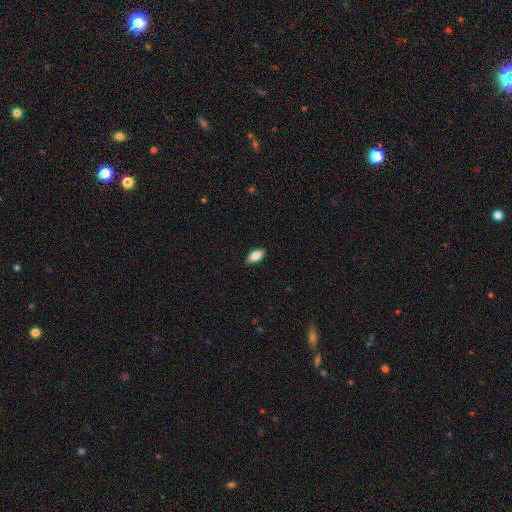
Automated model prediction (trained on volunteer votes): Overall: smooth (79%). How rounded: in between (87%). Merging: none (87%).